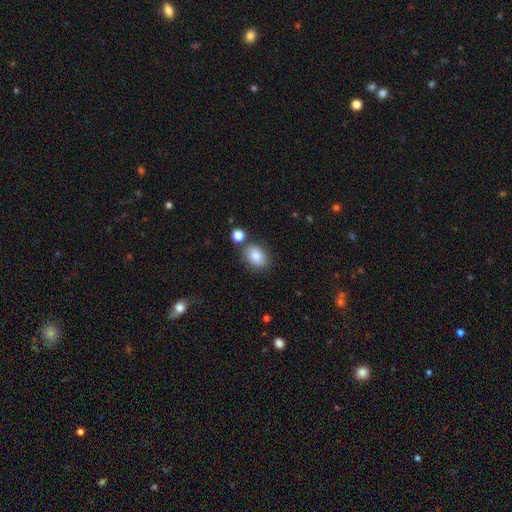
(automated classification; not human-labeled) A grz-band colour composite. It shows a smooth galaxy with no disk features (84%) that is in between round and cigar-shaped (74%). Merging: none (76%).